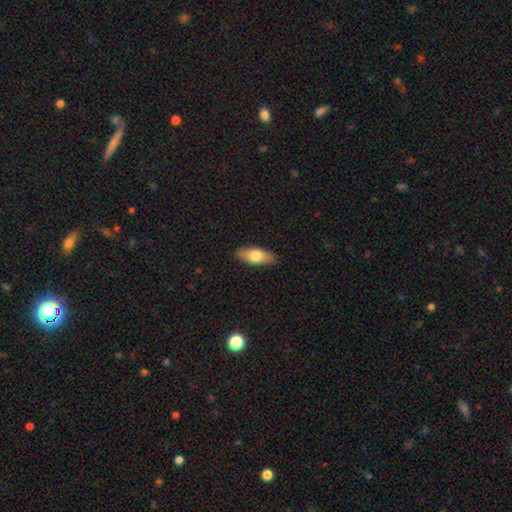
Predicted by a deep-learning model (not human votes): Smooth or featured? Predicted: smooth (p=0.73). How rounded? Predicted: in between (p=0.80). Merging? Predicted: none (p=0.87).